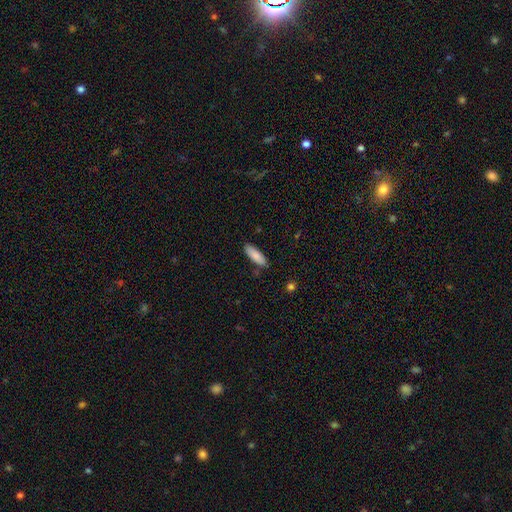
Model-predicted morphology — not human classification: type=smooth (86%); roundness=in between (58%); merging=none (82%).